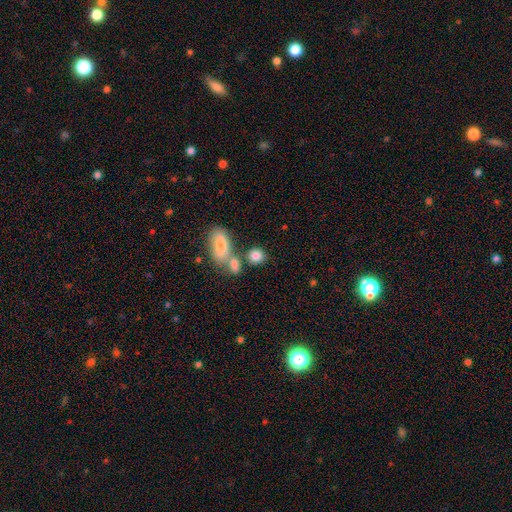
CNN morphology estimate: type=smooth (83%); roundness=round (64%); merging=none (58%).